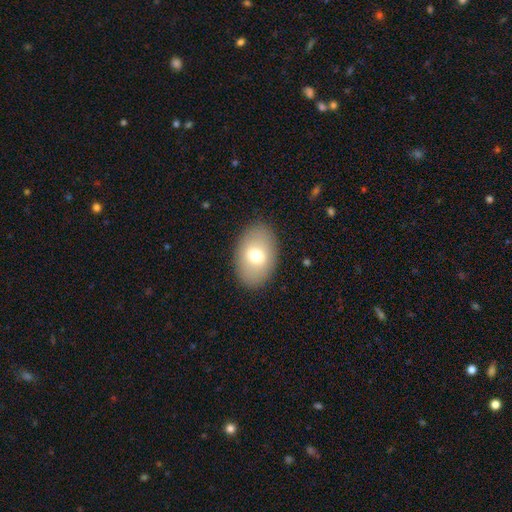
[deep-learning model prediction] Overall: smooth (72%). How rounded: in between (85%). Merging: none (88%).